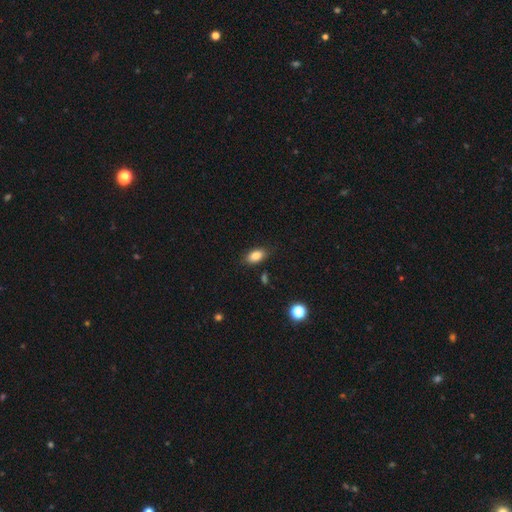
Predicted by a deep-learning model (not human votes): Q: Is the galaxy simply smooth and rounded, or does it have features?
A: smooth — 84%.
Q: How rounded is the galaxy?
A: in between — 89%.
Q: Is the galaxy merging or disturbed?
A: none — 85%.